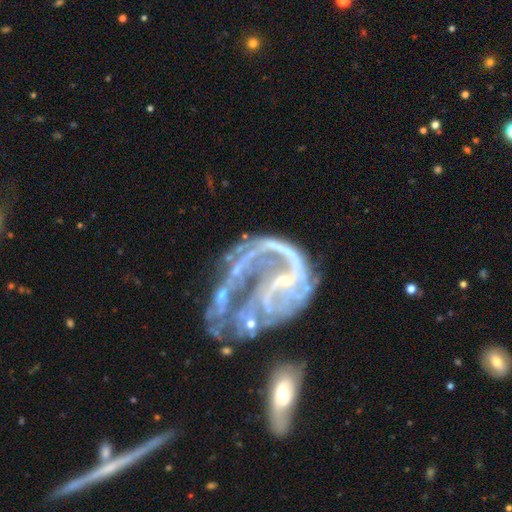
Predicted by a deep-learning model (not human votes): This appears to be a featured or disk galaxy (82%) with no bar (59%), 1 (44%) loose (37%) spiral arms (76%) and a small central bulge (54%). Merging: major disturbance (40%).